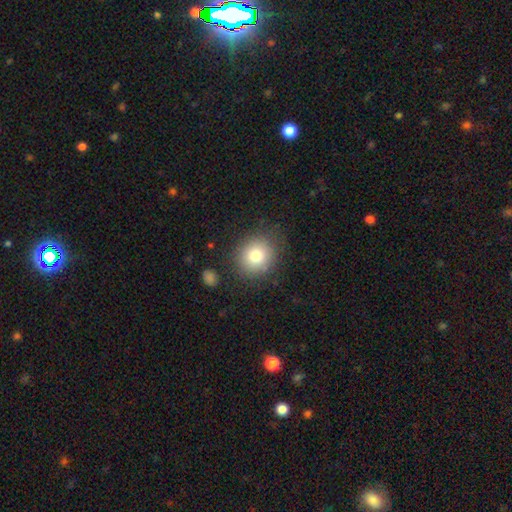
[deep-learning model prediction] A smooth galaxy with no disk features (79%) that is round (82%).

Vote fractions:
- Smooth or featured? smooth: 79% / star or artifact: 11% / featured or disk: 10%
- How rounded? round: 82% / in between: 17% / cigar-shaped: 1%
- Merging? none: 84% / minor disturbance: 10% / major disturbance: 4% / merger: 2%